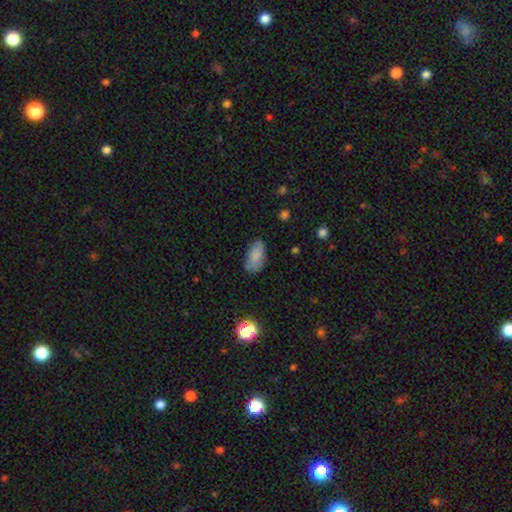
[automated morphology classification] The model was most divided on "merging": none: 72%, minor disturbance: 21%, major disturbance: 5%, merger: 2%. More confident: how rounded — in between (93%); smooth or featured — smooth (82%).